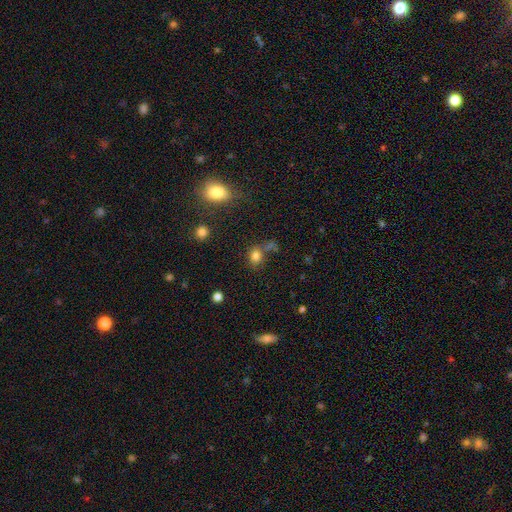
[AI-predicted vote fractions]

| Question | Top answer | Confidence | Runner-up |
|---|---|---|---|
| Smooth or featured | smooth | 79% | star or artifact (15%) |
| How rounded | round | 57% | in between (41%) |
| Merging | none | 59% | merger (19%) |